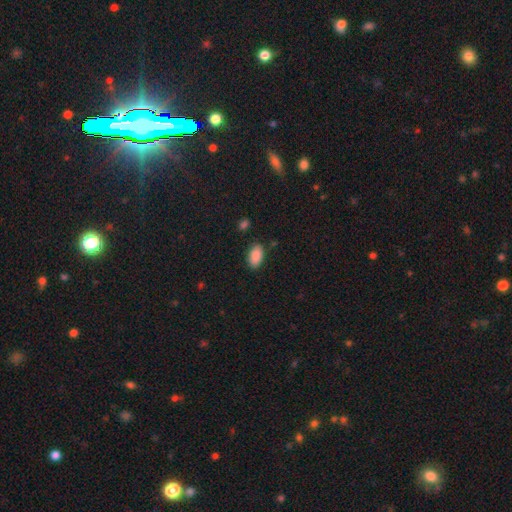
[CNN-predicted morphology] Smooth or featured?
  - smooth: 89% *
  - star or artifact: 7%
  - featured or disk: 4%
How rounded?
  - in between: 93% *
  - round: 4%
  - cigar-shaped: 3%
Merging?
  - none: 84% *
  - minor disturbance: 11%
  - major disturbance: 3%
  - merger: 2%